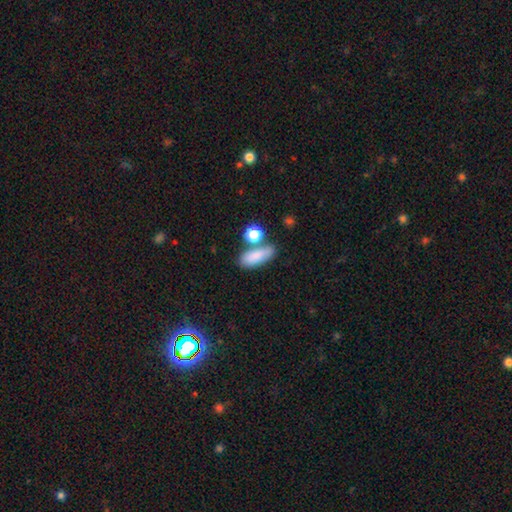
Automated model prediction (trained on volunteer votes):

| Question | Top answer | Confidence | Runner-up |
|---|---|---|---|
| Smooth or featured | smooth | 83% | featured or disk (9%) |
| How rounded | in between | 67% | cigar-shaped (26%) |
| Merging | none | 61% | merger (21%) |